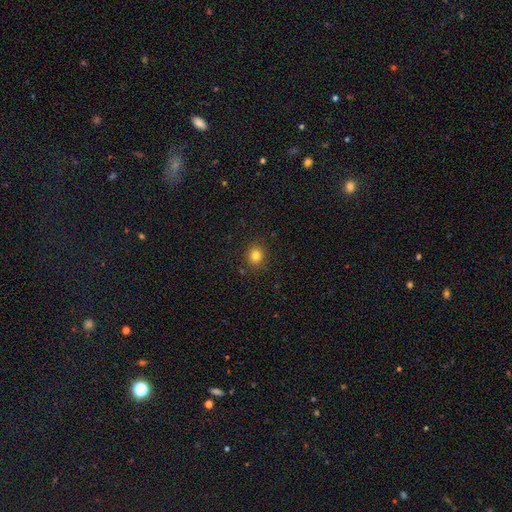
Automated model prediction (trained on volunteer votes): Smooth or featured: smooth — 81% (star or artifact — 13%)
How rounded: round — 83% (in between — 16%)
Merging: none — 89% (minor disturbance — 7%)